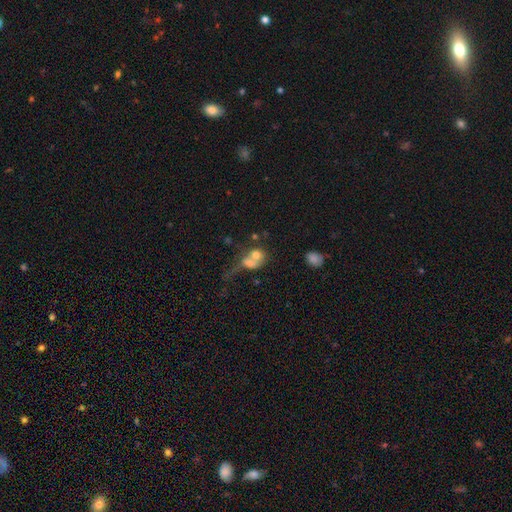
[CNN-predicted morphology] Overall: smooth (64%; featured or disk 24%). How rounded: round (55%; in between 43%). Merging: merger (64%).